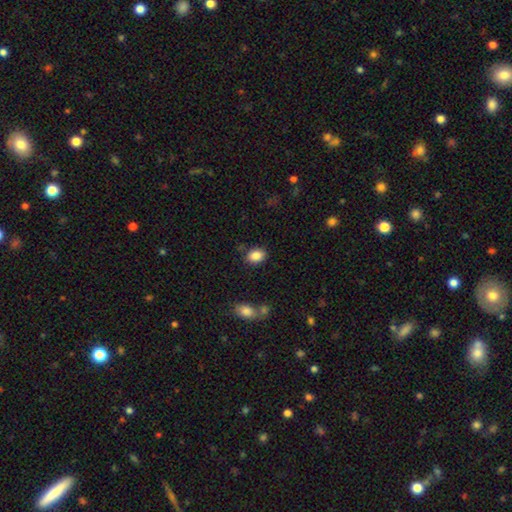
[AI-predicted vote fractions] Overall: smooth (87%). How rounded: in between (75%). Merging: none (79%).